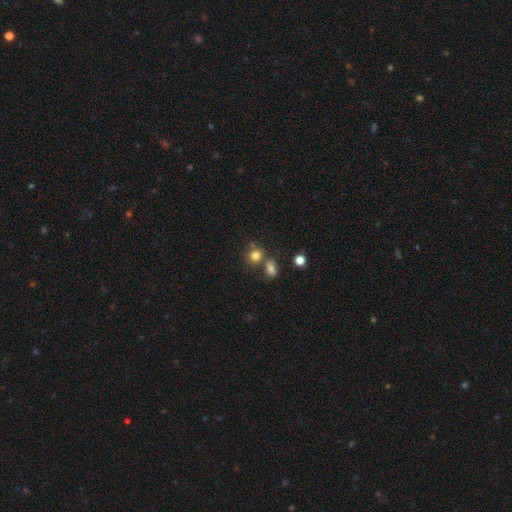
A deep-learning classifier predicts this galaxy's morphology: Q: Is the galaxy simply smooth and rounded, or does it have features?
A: smooth — 79%.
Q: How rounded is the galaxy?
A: round — 77%.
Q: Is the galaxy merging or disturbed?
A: none — 57%.